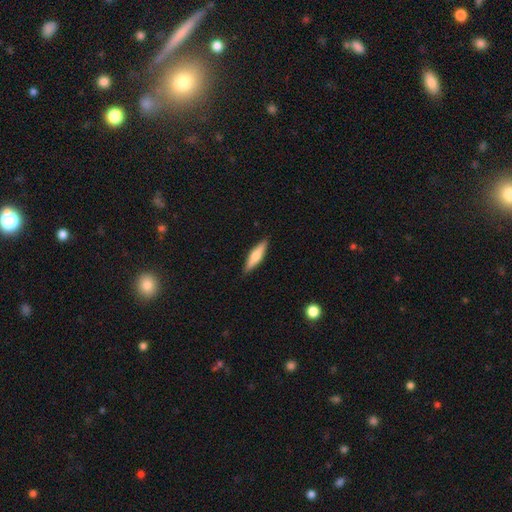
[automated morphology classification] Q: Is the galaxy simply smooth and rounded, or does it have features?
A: smooth — 54%.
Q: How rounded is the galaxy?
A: cigar-shaped — 71%.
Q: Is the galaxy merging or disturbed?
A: none — 89%.